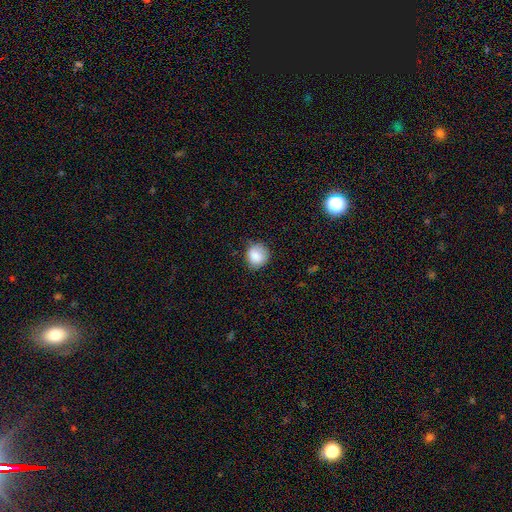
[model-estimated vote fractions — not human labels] Q: Smooth or featured?
A: smooth (87%); runner-up: star or artifact (8%)
Q: How rounded?
A: round (82%); runner-up: in between (17%)
Q: Merging?
A: none (75%); runner-up: minor disturbance (20%)